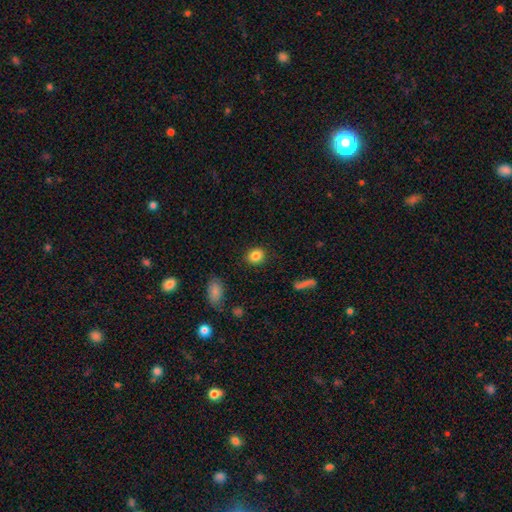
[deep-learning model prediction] The model was most divided on "how rounded": round: 70%, in between: 29%, cigar-shaped: 1%. More confident: merging — none (89%); smooth or featured — smooth (84%).